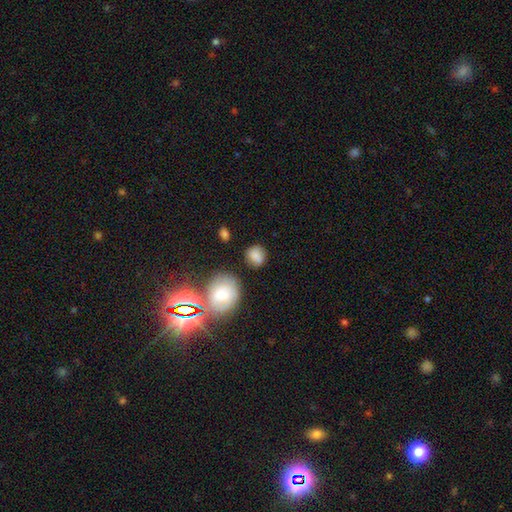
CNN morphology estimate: Smooth or featured? smooth (82%)
How rounded? round (71%)
Merging? none (71%)